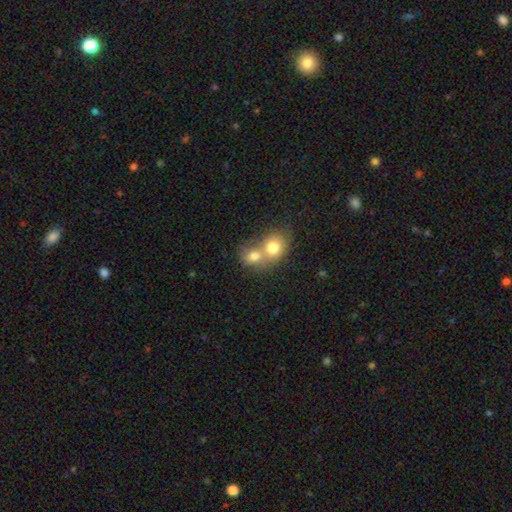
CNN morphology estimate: This is likely a smooth galaxy (72%). How rounded: likely round (68%). Merging: likely merger (71%).